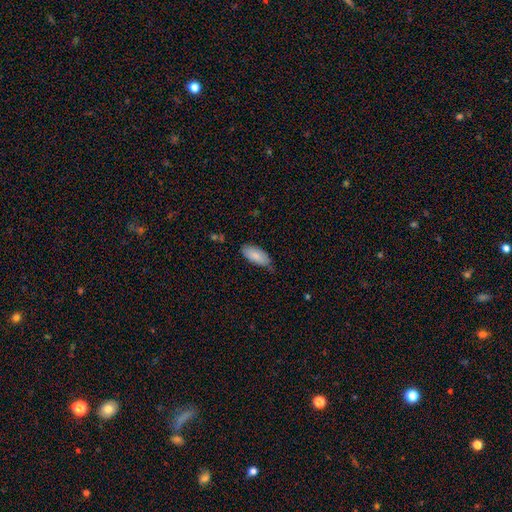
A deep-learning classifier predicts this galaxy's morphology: Smooth or featured?
  - smooth: 85% *
  - featured or disk: 9%
  - star or artifact: 6%
How rounded?
  - in between: 88% *
  - cigar-shaped: 10%
  - round: 2%
Merging?
  - none: 68% *
  - minor disturbance: 26%
  - major disturbance: 4%
  - merger: 2%